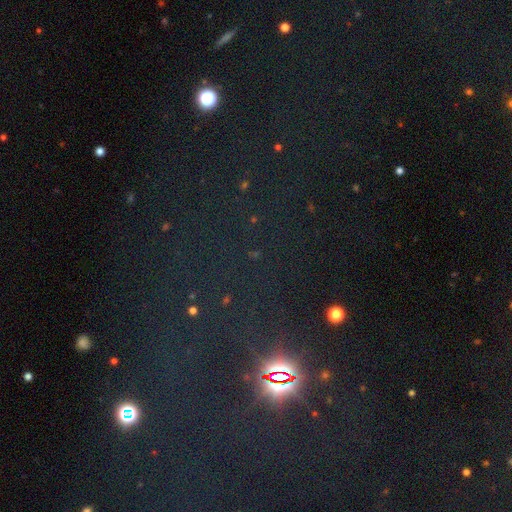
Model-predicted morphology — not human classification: A star or artifact, not a galaxy (76%).